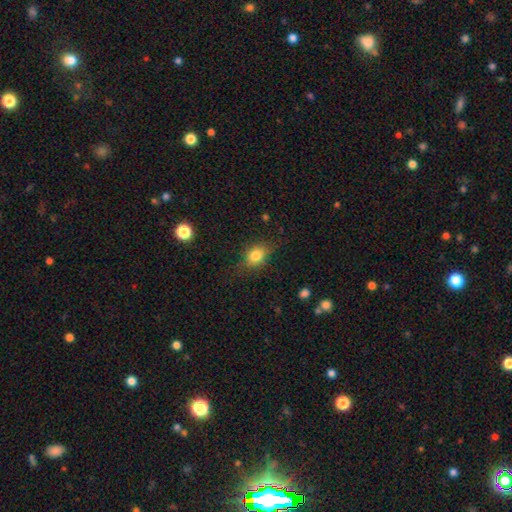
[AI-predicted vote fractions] Overall: smooth (80%). How rounded: in between (61%; round 37%). Merging: none (75%).